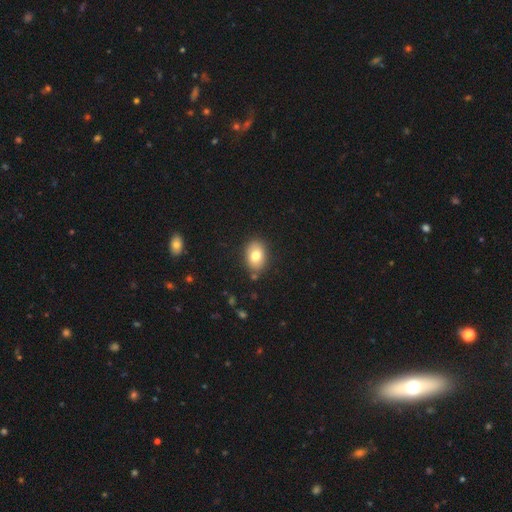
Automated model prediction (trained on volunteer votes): This appears to be a smooth galaxy with no disk features (78%) that is in between round and cigar-shaped (77%). Merging: none (84%).